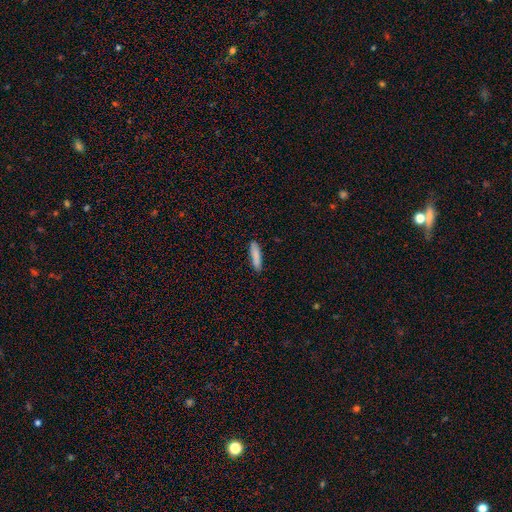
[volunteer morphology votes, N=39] A smooth galaxy with no disk features (95%) that is cigar-shaped (73%).

Vote fractions:
- Smooth or featured? smooth: 95% / featured or disk: 3% / star or artifact: 3%
- How rounded? cigar-shaped: 73% / in between: 24% / round: 3%
- Merging? none: 89% / minor disturbance: 11% / major disturbance: 0% / merger: 0%